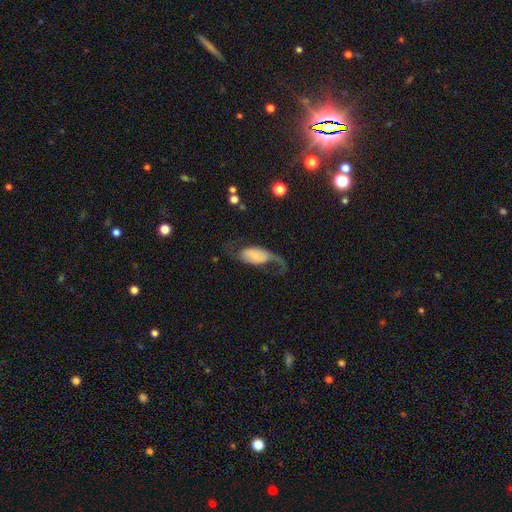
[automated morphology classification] featured or disk 64%, smooth 28%, star or artifact 7%. Down the decision tree: edge-on disk — no (94%); bar — no (47%); spiral arms — yes (87%); spiral arm count — 2 (78%); spiral winding — loose (73%); bulge size — small (52%); merging — none (39%, tied with major disturbance).